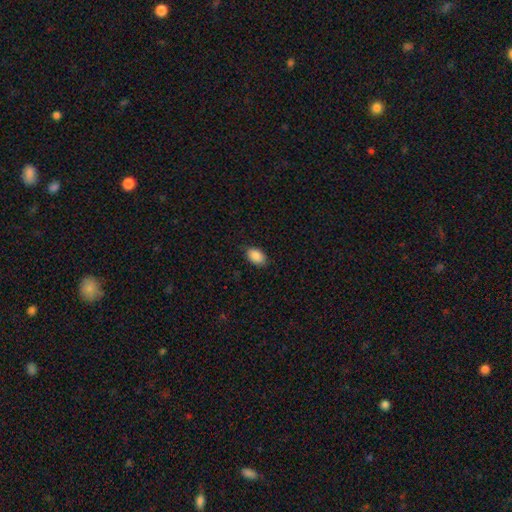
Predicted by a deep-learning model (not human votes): smooth 89%, star or artifact 7%, featured or disk 4%. Down the decision tree: how rounded — in between (90%); merging — none (83%).